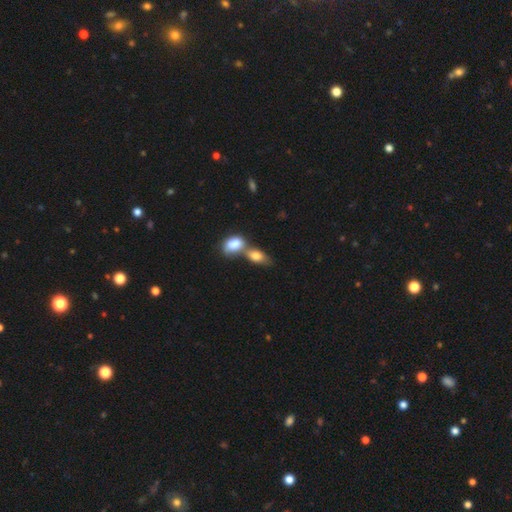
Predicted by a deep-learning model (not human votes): Q: Smooth or featured?
A: smooth (79%); runner-up: featured or disk (14%)
Q: How rounded?
A: in between (86%); runner-up: round (10%)
Q: Merging?
A: merger (65%); runner-up: none (22%)